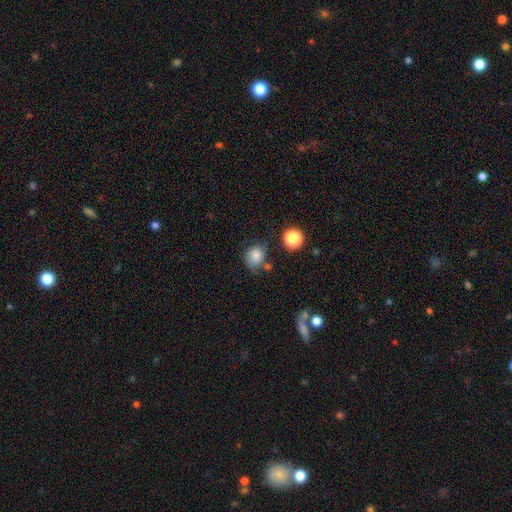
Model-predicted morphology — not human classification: Overall: smooth (80%). How rounded: round (64%; in between 35%). Merging: none (62%; minor disturbance 23%).